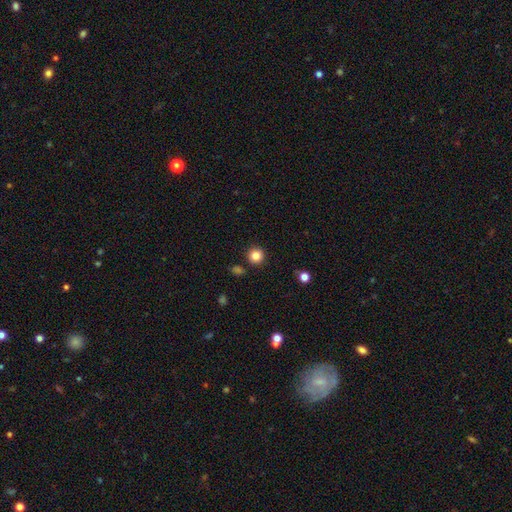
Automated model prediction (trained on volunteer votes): This is clearly a smooth galaxy (84%). How rounded: clearly round (95%). Merging: clearly none (90%).